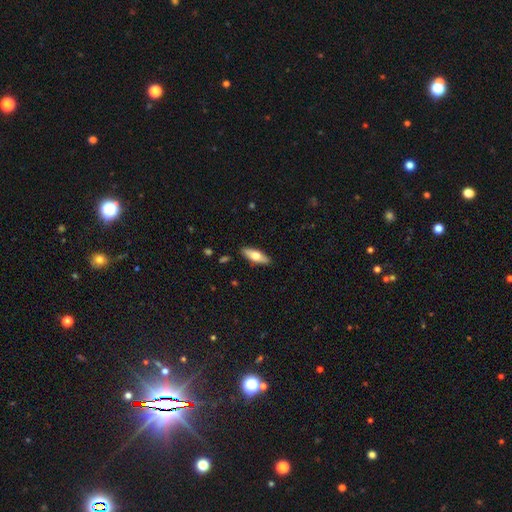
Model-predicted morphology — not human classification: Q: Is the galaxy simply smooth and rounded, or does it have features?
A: smooth — 60%.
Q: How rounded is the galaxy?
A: in between — 59%.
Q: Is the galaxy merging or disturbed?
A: none — 89%.